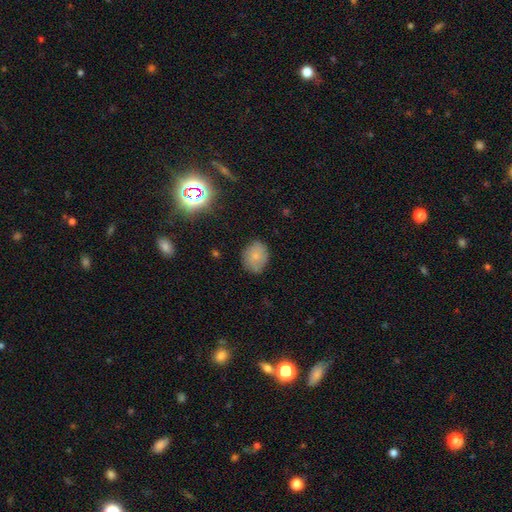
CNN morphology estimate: This is likely a smooth galaxy (74%). How rounded: possibly round (56%). Merging: likely none (77%).